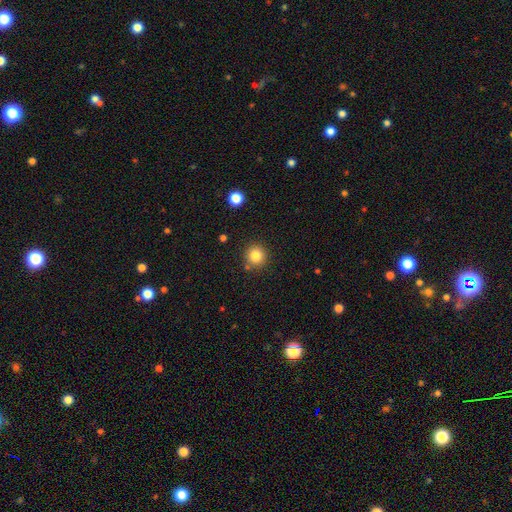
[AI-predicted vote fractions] This is clearly a smooth galaxy (82%). How rounded: clearly round (93%). Merging: clearly none (85%).